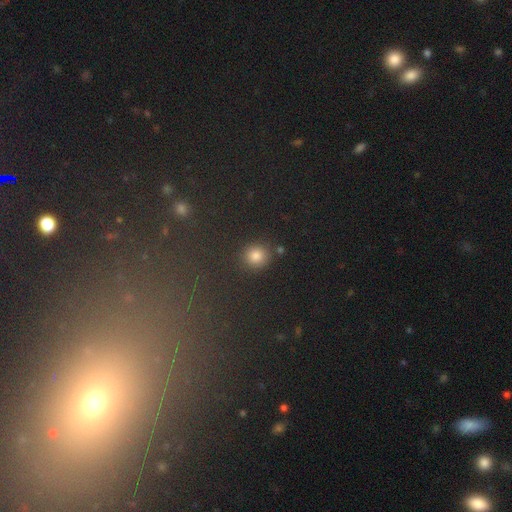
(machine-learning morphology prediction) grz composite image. It shows a smooth galaxy with no disk features (79%) that is round (90%). Merging: none (87%).